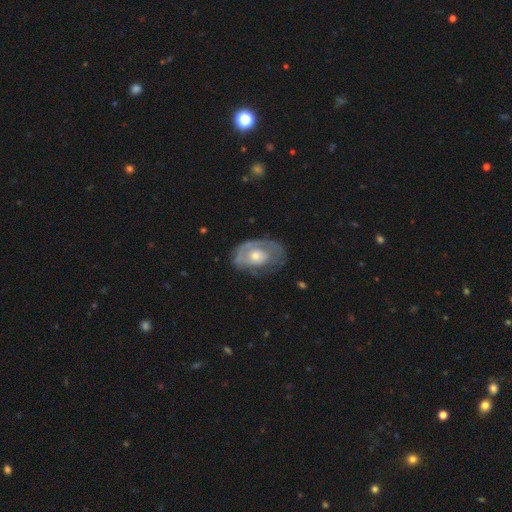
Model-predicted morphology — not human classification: Smooth or featured?
  - featured or disk: 65% *
  - smooth: 29%
  - star or artifact: 6%
Edge-on disk?
  - no: 94% *
  - yes: 6%
Bar?
  - no: 82% *
  - weak: 15%
  - strong: 3%
Spiral arms?
  - yes: 58% *
  - no: 42%
Bulge size?
  - moderate: 56% *
  - small: 33%
  - large: 8%
  - none: 2%
  - dominant: 1%
Merging?
  - none: 57% *
  - minor disturbance: 25%
  - major disturbance: 16%
  - merger: 2%